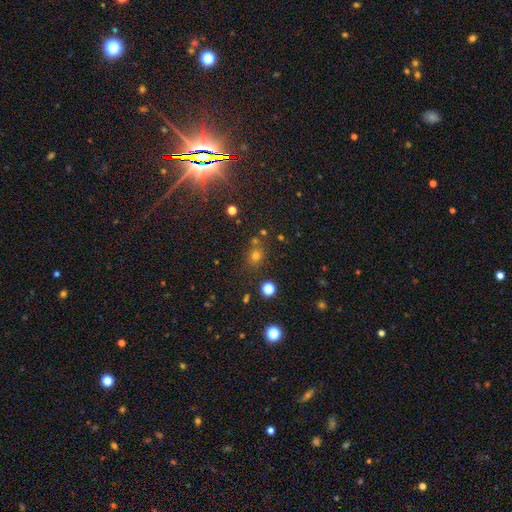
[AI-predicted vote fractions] Smooth or featured?
  - smooth: 59% *
  - star or artifact: 33%
  - featured or disk: 8%
How rounded?
  - round: 77% *
  - in between: 21%
  - cigar-shaped: 1%
Merging?
  - none: 76% *
  - minor disturbance: 10%
  - merger: 10%
  - major disturbance: 4%